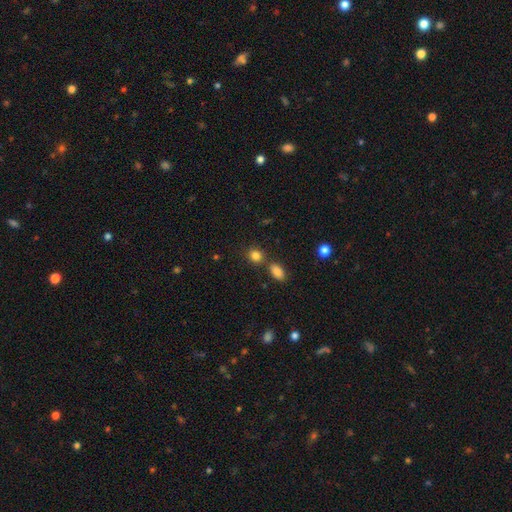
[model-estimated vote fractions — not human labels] Overall: smooth (84%). How rounded: round (65%; in between 33%). Merging: none (68%).